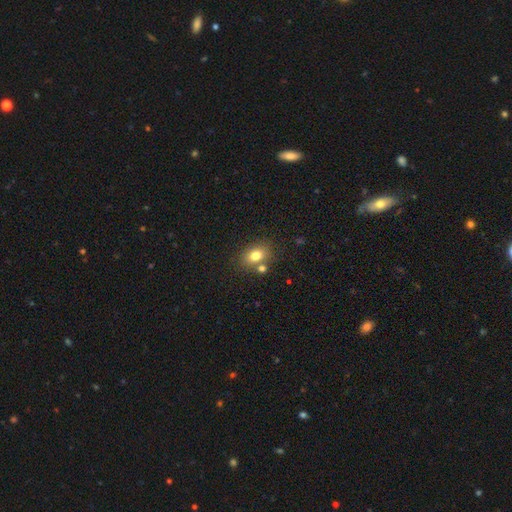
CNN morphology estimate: Smooth or featured: smooth — 78% (featured or disk — 11%)
How rounded: in between — 70% (round — 29%)
Merging: none — 68% (merger — 17%)